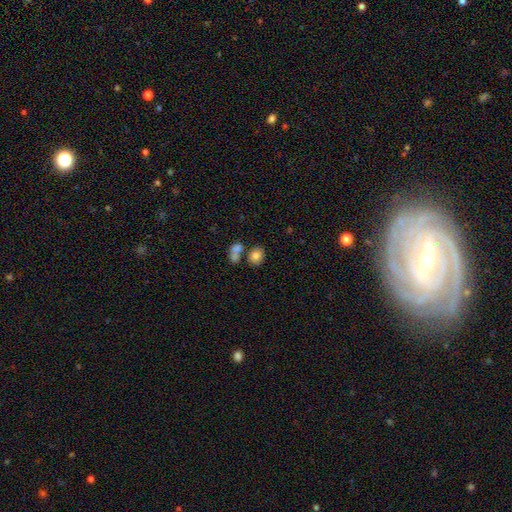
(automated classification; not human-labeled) Smooth or featured: smooth — 79% (featured or disk — 11%)
How rounded: round — 53% (in between — 46%)
Merging: none — 59% (merger — 27%)